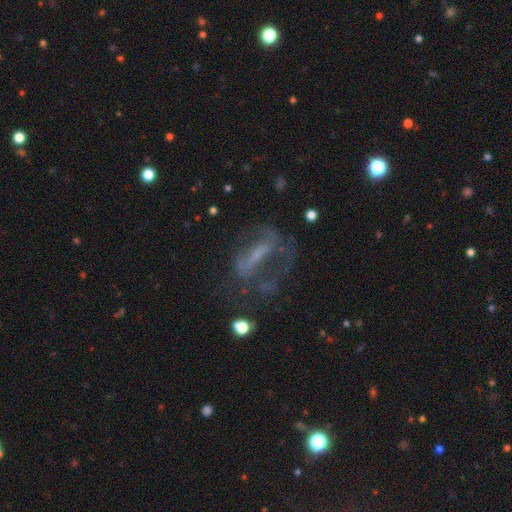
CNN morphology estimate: A featured or disk galaxy (63%) with a strong bar (40%), no spiral arms (52%) and a small central bulge (40%). Merging: major disturbance (39%, tied with none).